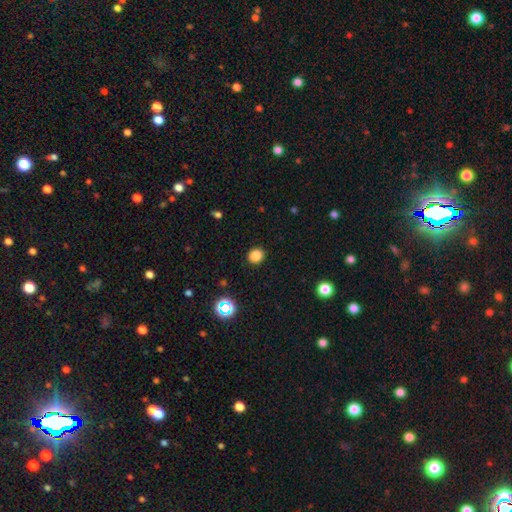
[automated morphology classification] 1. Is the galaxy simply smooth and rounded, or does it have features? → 82% smooth, 14% star or artifact, 3% featured or disk.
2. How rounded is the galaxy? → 78% round, 21% in between, 1% cigar-shaped.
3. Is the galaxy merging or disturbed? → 90% none, 6% minor disturbance, 2% major disturbance, 1% merger.